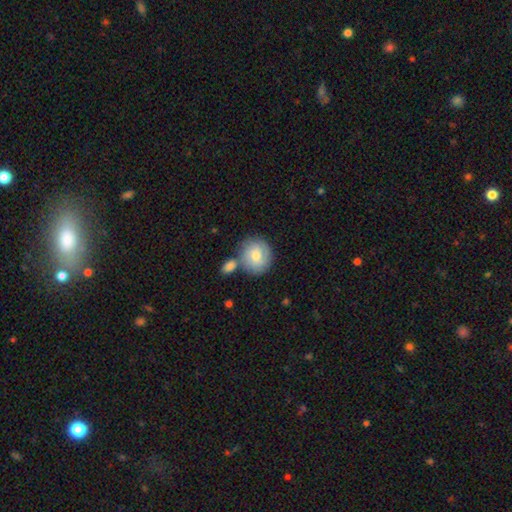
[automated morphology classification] A smooth galaxy with no disk features (65%) that is round (82%). Merging: none (57%).